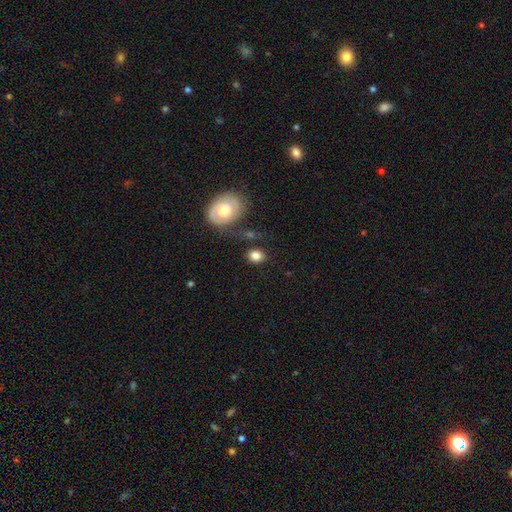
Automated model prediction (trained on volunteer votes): Smooth or featured?
  - smooth: 81% *
  - featured or disk: 11%
  - star or artifact: 8%
How rounded?
  - round: 51% *
  - in between: 48%
  - cigar-shaped: 1%
Merging?
  - none: 71% *
  - minor disturbance: 13%
  - merger: 9%
  - major disturbance: 6%